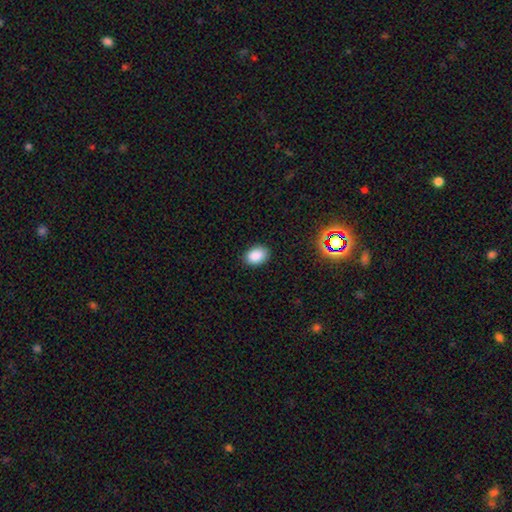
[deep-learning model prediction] Morphology: type=smooth (87%); roundness=in between (80%); merging=none (88%).